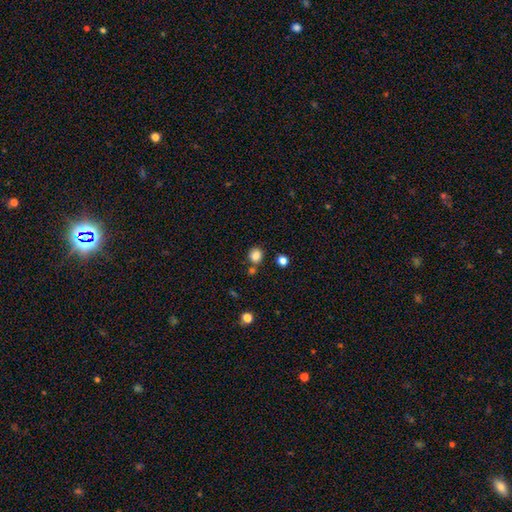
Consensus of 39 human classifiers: smooth_or_featured: smooth (p=0.87) [alt: star or artifact p=0.10]
how_rounded: round (p=0.88) [alt: in between p=0.12]
merging: none (p=0.86) [alt: minor disturbance p=0.06]